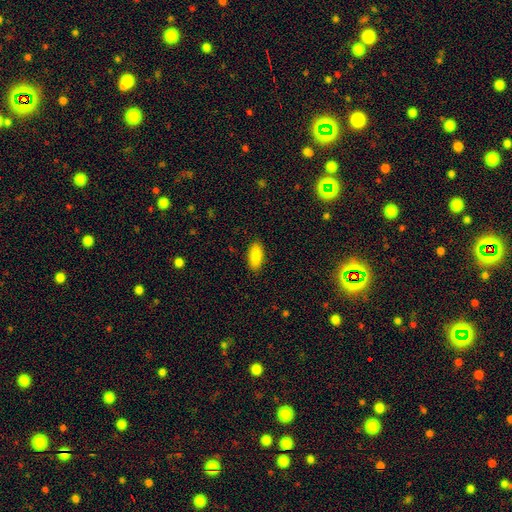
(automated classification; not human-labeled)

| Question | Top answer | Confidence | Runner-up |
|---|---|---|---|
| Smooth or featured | smooth | 87% | star or artifact (7%) |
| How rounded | in between | 88% | cigar-shaped (10%) |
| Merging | none | 89% | minor disturbance (8%) |